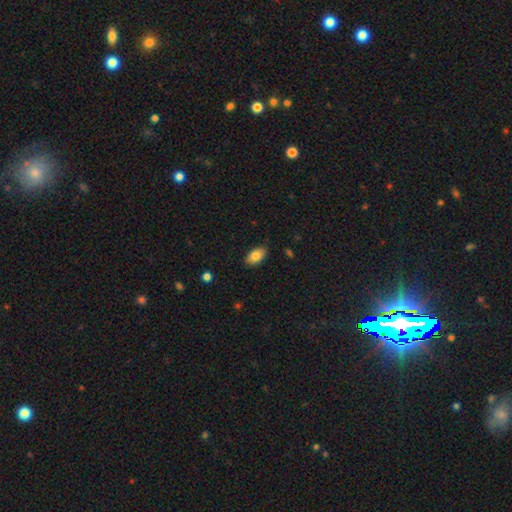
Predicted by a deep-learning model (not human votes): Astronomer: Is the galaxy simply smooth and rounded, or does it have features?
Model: smooth — 83%.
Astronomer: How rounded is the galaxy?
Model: in between — 93%.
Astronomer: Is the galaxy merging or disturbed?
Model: none — 85%.